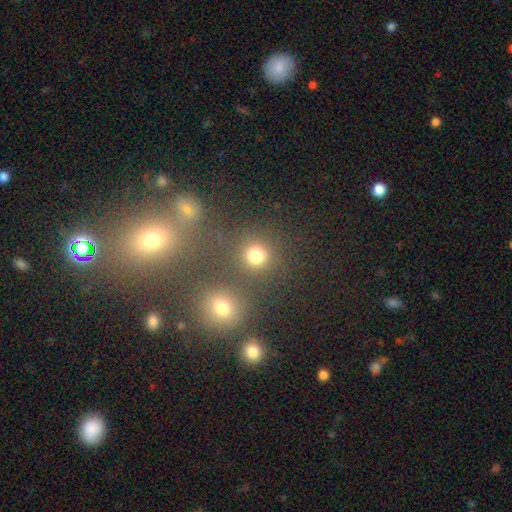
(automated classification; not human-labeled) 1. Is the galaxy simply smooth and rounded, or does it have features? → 74% smooth, 19% star or artifact, 6% featured or disk.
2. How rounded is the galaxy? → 89% round, 10% in between, 1% cigar-shaped.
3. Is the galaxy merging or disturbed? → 75% none, 13% merger, 8% minor disturbance, 4% major disturbance.